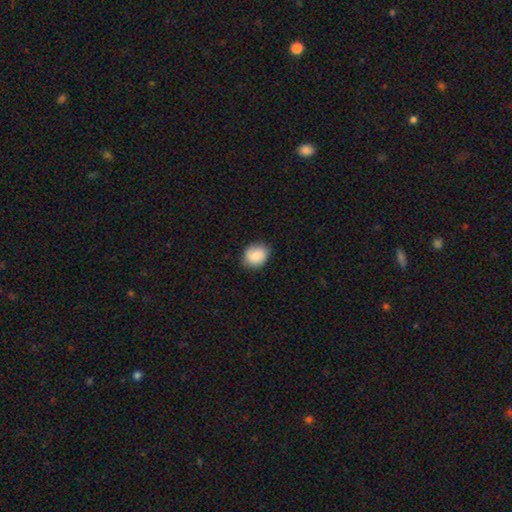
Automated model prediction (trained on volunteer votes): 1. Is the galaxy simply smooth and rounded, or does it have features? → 84% smooth, 9% featured or disk, 7% star or artifact.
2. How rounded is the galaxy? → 63% round, 37% in between, 1% cigar-shaped.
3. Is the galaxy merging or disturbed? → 82% none, 14% minor disturbance, 3% major disturbance, 1% merger.